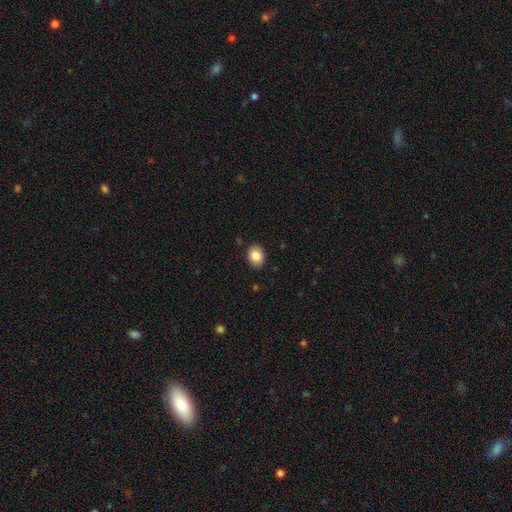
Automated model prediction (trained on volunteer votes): A smooth galaxy with no disk features (85%) that is in between round and cigar-shaped (60%). Merging: none (88%).